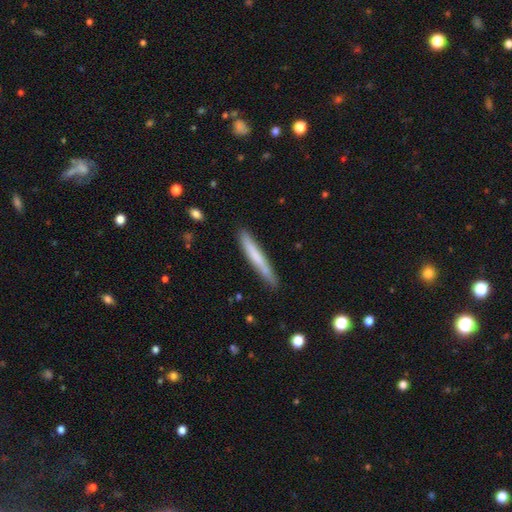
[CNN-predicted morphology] A smooth galaxy with no disk features (66%) that is cigar-shaped (96%). Merging: none (82%).